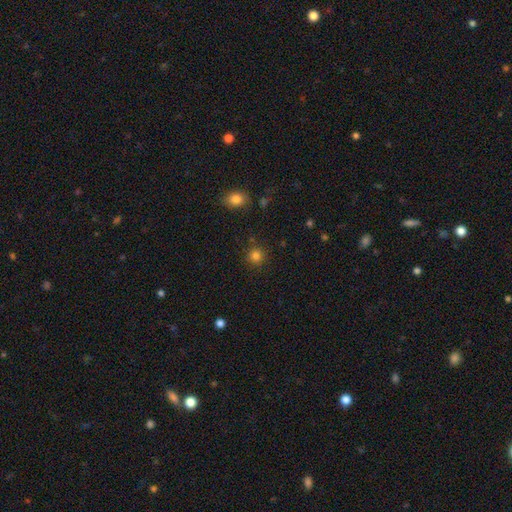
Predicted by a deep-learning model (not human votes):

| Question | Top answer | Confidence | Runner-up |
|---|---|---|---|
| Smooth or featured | smooth | 82% | star or artifact (14%) |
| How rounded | round | 91% | in between (8%) |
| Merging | none | 87% | minor disturbance (8%) |